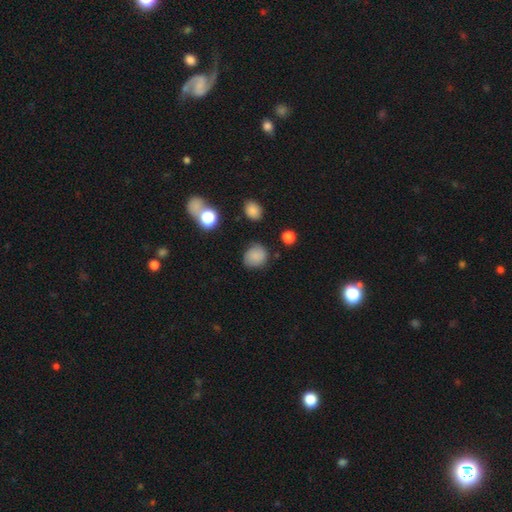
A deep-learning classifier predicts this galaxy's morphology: Smooth or featured?
  - smooth: 81% *
  - star or artifact: 11%
  - featured or disk: 8%
How rounded?
  - round: 76% *
  - in between: 23%
  - cigar-shaped: 1%
Merging?
  - none: 75% *
  - minor disturbance: 18%
  - major disturbance: 5%
  - merger: 2%